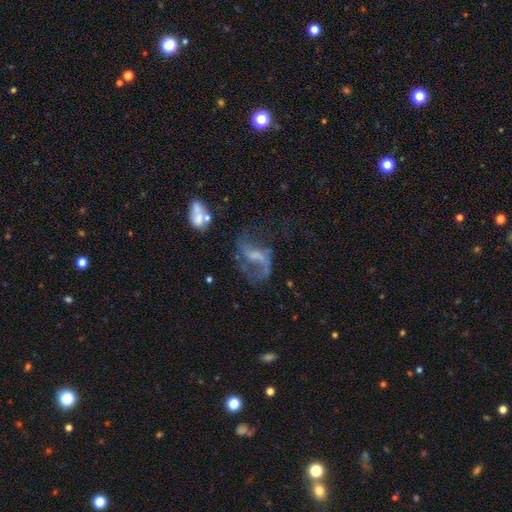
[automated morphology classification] Smooth or featured?
  - featured or disk: 77% *
  - smooth: 12%
  - star or artifact: 11%
Edge-on disk?
  - no: 96% *
  - yes: 4%
Bar?
  - weak: 47% *
  - no: 30%
  - strong: 22%
Spiral arms?
  - yes: 85% *
  - no: 15%
Spiral winding?
  - loose: 67% *
  - medium: 27%
  - tight: 6%
Spiral arm count?
  - 2: 75% *
  - 1: 13%
  - can't tell: 7%
  - 3: 2%
  - 4: 1%
  - more than 4: 1%
Bulge size?
  - small: 37% *
  - none: 34%
  - moderate: 24%
  - large: 4%
  - dominant: 1%
Merging?
  - none: 43% *
  - major disturbance: 31%
  - minor disturbance: 18%
  - merger: 7%